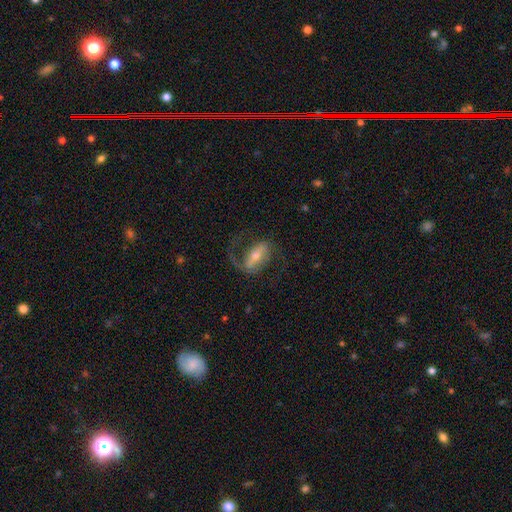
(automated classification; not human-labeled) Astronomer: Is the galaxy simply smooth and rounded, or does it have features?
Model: featured or disk — 79%.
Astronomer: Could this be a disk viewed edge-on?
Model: no — 93%.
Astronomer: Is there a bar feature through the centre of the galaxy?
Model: strong — 55%.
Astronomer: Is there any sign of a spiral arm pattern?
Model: yes — 91%.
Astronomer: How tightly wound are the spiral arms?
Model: loose — 44% (runner-up: medium, 43%).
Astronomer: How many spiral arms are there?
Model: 2 — 71%.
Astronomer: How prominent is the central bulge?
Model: moderate — 49% (runner-up: small, 42%).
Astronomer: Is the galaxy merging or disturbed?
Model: none — 60%.